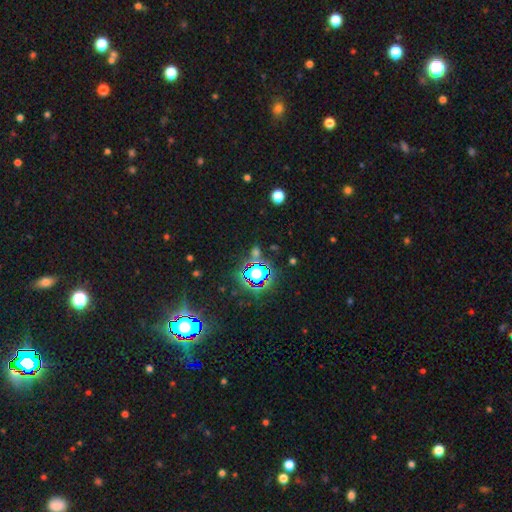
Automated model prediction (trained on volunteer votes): Q: Smooth or featured?
A: star or artifact (74%); runner-up: smooth (18%)